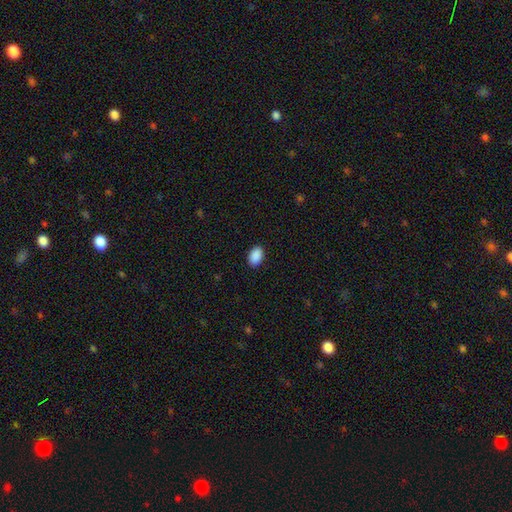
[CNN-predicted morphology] Smooth or featured: smooth — 91% (star or artifact — 7%)
How rounded: in between — 89% (round — 10%)
Merging: none — 90% (minor disturbance — 8%)